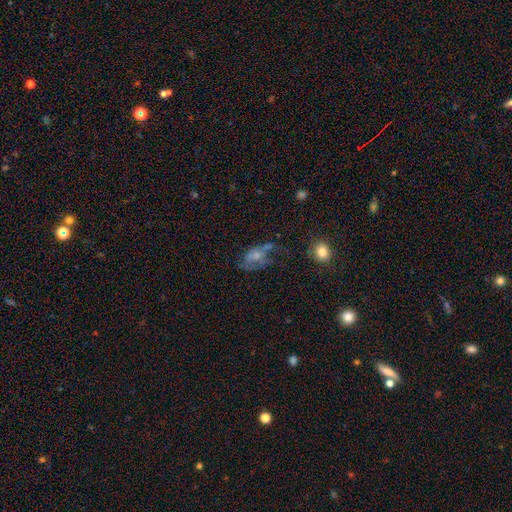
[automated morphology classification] smooth 48%, featured or disk 40%, star or artifact 13%. Down the decision tree: merging — major disturbance (45%).